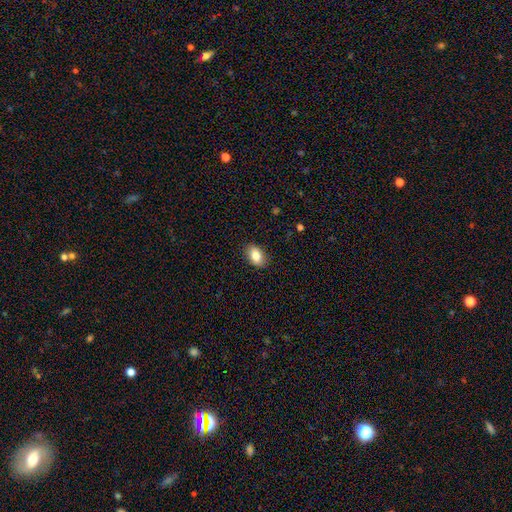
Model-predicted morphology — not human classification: type=smooth (84%); roundness=in between (84%); merging=none (87%).